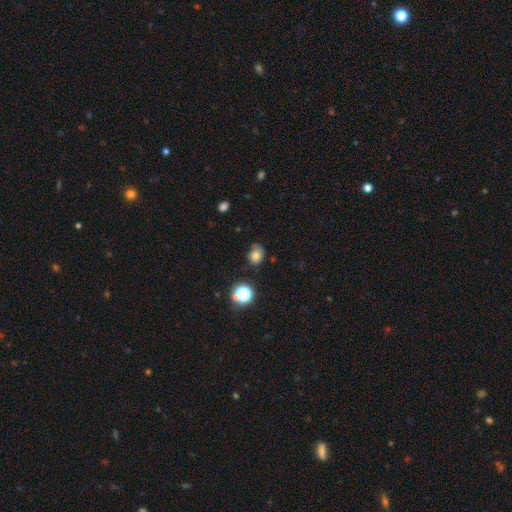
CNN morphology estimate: smooth 75%, star or artifact 15%, featured or disk 11%. Down the decision tree: how rounded — round (57%); merging — none (57%).